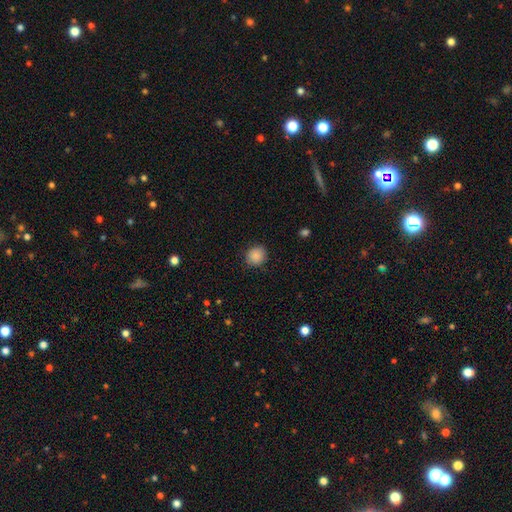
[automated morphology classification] Smooth or featured? smooth (88%)
How rounded? round (81%)
Merging? none (85%)